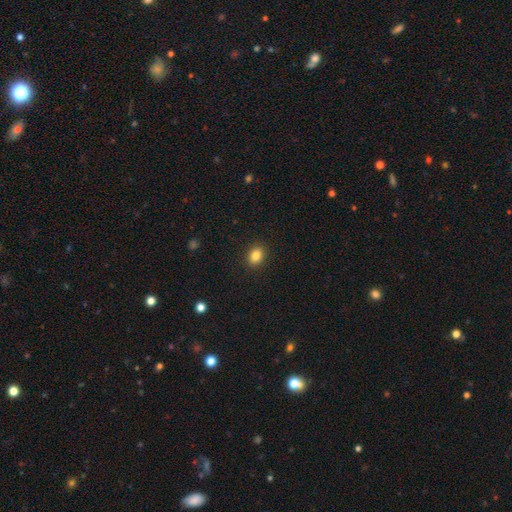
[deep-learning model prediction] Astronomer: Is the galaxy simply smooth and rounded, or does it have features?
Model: smooth — 84%.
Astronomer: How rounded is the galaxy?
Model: in between — 62%.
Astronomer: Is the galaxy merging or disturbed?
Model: none — 90%.